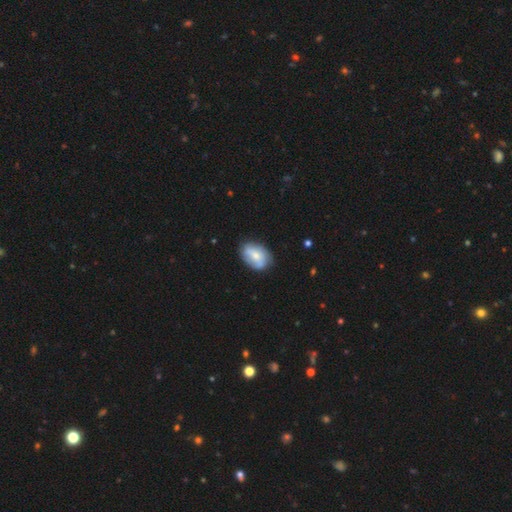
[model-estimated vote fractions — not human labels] Smooth or featured? Predicted: smooth (p=0.59). How rounded? Predicted: in between (p=0.84). Merging? Predicted: none (p=0.71).